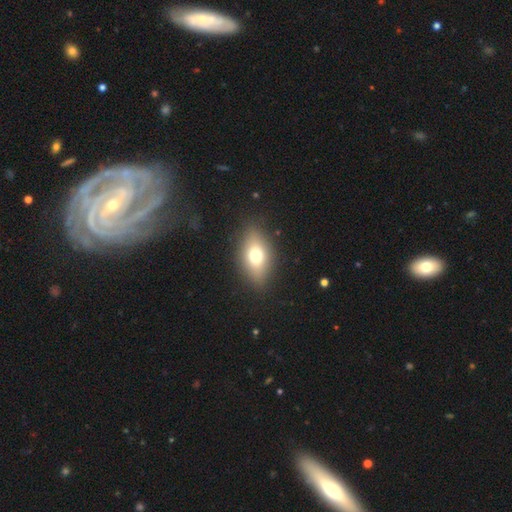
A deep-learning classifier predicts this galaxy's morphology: Smooth or featured? smooth (70%)
How rounded? in between (84%)
Merging? none (85%)